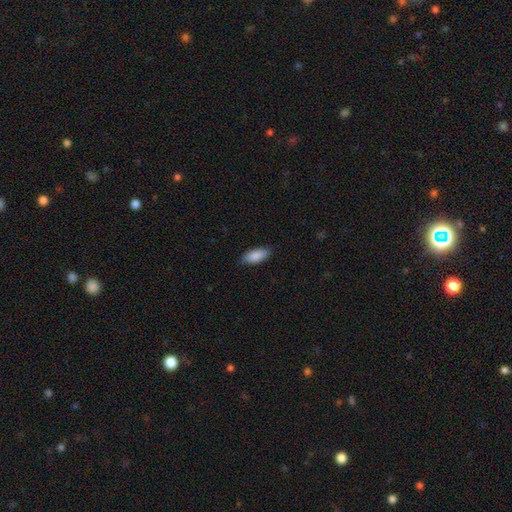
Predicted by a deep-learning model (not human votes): A smooth galaxy with no disk features (88%) that is in between round and cigar-shaped (85%).

Vote fractions:
- Smooth or featured? smooth: 88% / featured or disk: 6% / star or artifact: 6%
- How rounded? in between: 85% / cigar-shaped: 13% / round: 2%
- Merging? none: 83% / minor disturbance: 13% / major disturbance: 2% / merger: 1%